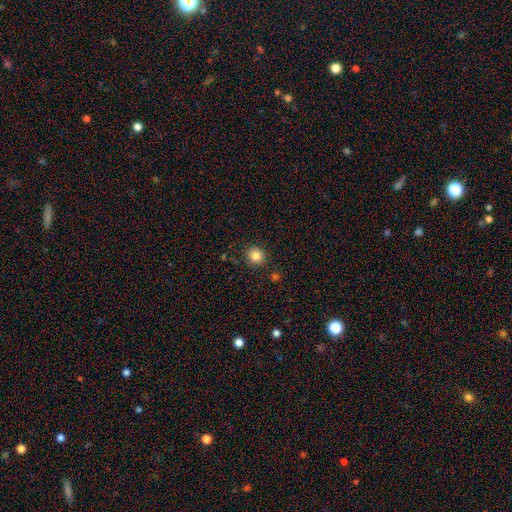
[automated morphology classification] Smooth or featured: smooth — 84% (star or artifact — 10%)
How rounded: round — 82% (in between — 17%)
Merging: none — 88% (minor disturbance — 8%)